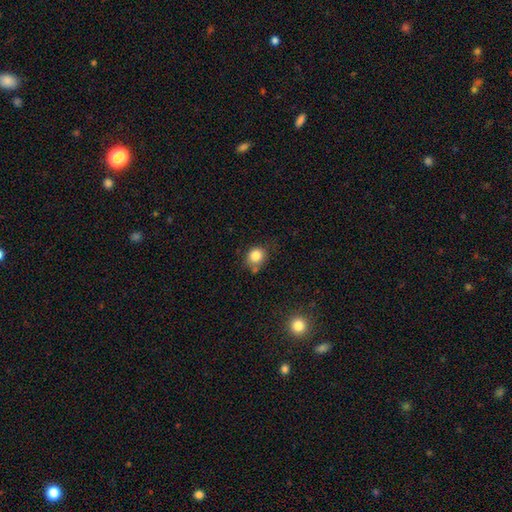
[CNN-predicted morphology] smooth-or-featured: smooth: 83% | star or artifact: 11% | featured or disk: 6%
  how-rounded: round: 73% | in between: 26% | cigar-shaped: 1%
  merging: none: 66% | minor disturbance: 20% | merger: 8% | major disturbance: 5%